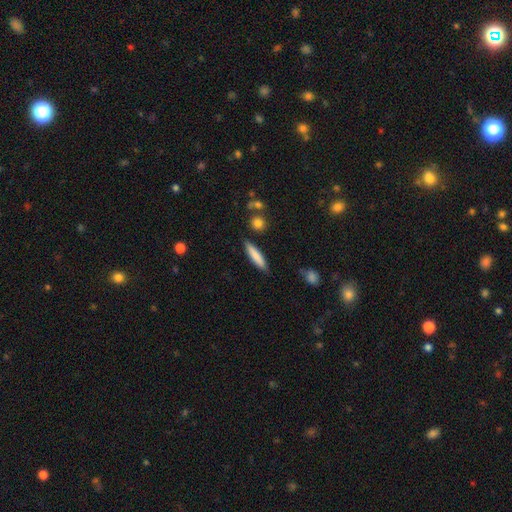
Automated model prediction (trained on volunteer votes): Smooth or featured: smooth — 81% (featured or disk — 13%)
How rounded: cigar-shaped — 82% (in between — 16%)
Merging: none — 86% (minor disturbance — 9%)